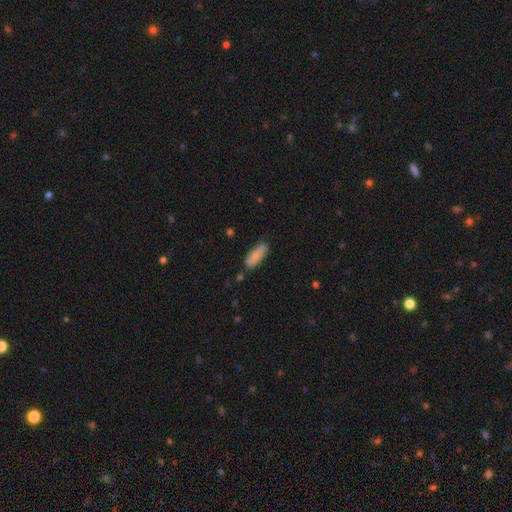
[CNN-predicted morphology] Overall: smooth (79%). How rounded: in between (67%; cigar-shaped 31%). Merging: none (71%).